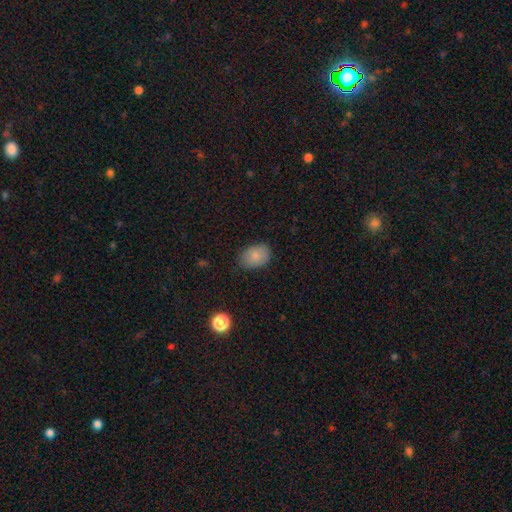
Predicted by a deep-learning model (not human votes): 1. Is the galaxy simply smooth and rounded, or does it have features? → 82% smooth, 10% featured or disk, 8% star or artifact.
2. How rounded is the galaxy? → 78% in between, 21% round, 1% cigar-shaped.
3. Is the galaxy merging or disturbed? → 78% none, 18% minor disturbance, 3% major disturbance, 1% merger.